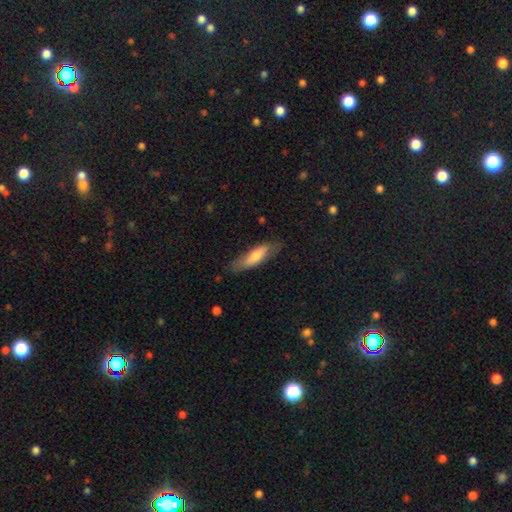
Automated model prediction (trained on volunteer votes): Smooth or featured? smooth (65%)
How rounded? cigar-shaped (56%)
Merging? none (75%)